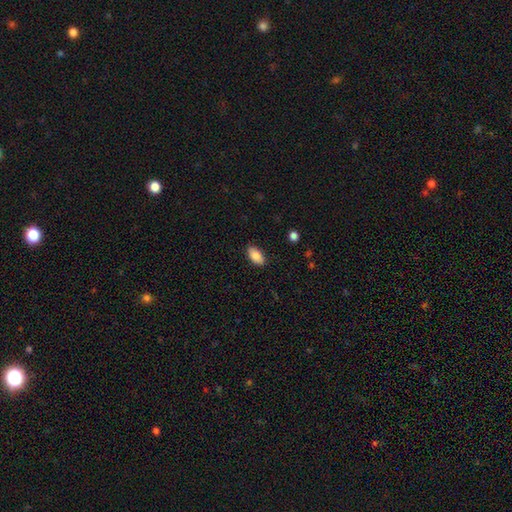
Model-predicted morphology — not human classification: smooth_or_featured: smooth (p=0.86) [alt: featured or disk p=0.07]
how_rounded: in between (p=0.94) [alt: round p=0.03]
merging: none (p=0.86) [alt: minor disturbance p=0.11]